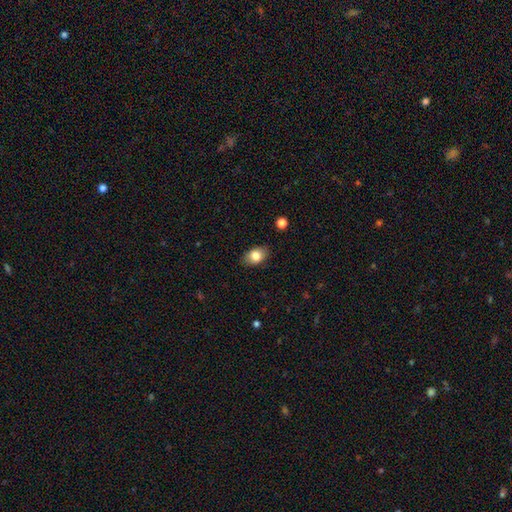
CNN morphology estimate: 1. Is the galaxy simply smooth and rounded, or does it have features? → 82% smooth, 10% featured or disk, 8% star or artifact.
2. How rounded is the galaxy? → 86% in between, 12% round, 1% cigar-shaped.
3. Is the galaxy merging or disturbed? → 86% none, 11% minor disturbance, 2% major disturbance, 1% merger.